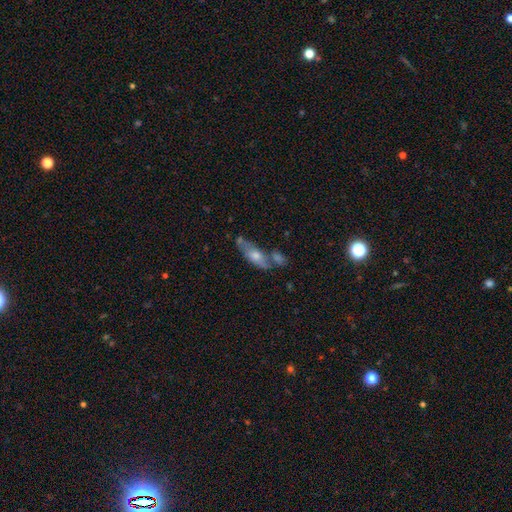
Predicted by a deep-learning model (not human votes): smooth 53%, featured or disk 41%, star or artifact 7%. Down the decision tree: how rounded — in between (54%); merging — none (47%).